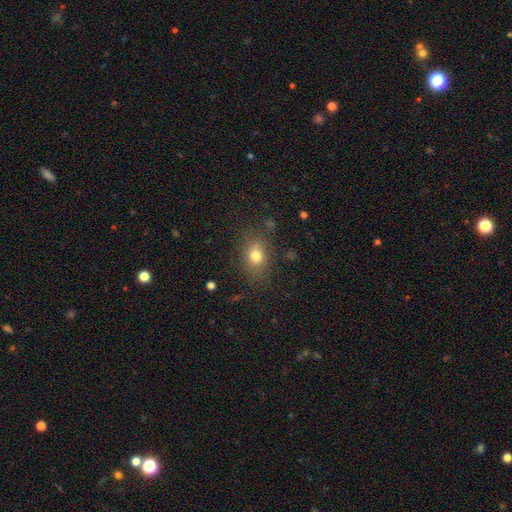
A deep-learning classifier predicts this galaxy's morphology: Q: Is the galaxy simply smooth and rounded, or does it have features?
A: smooth — 76%.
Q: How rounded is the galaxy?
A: in between — 64%.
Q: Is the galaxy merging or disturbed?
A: none — 79%.